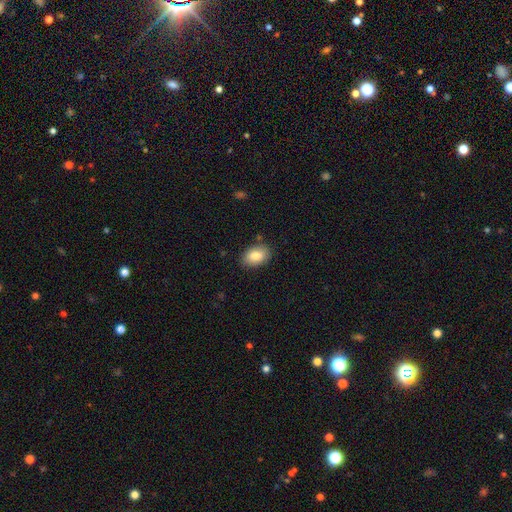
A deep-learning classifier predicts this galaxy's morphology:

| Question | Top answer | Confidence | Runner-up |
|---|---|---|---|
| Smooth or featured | smooth | 84% | featured or disk (9%) |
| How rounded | in between | 87% | round (12%) |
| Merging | none | 84% | minor disturbance (12%) |